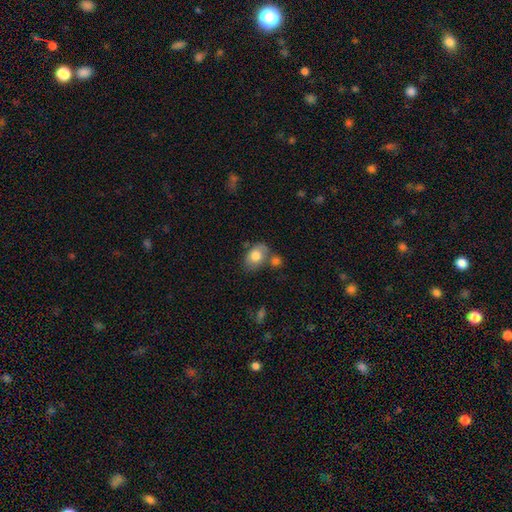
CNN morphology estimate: smooth-or-featured: smooth: 77% | featured or disk: 15% | star or artifact: 7%
  how-rounded: in between: 77% | round: 22% | cigar-shaped: 1%
  merging: none: 53% | minor disturbance: 20% | merger: 20% | major disturbance: 7%